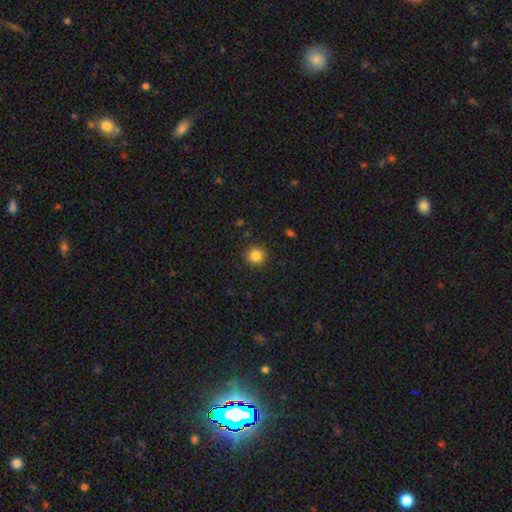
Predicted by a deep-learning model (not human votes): Smooth or featured? Predicted: smooth (p=0.85). How rounded? Predicted: round (p=0.94). Merging? Predicted: none (p=0.91).